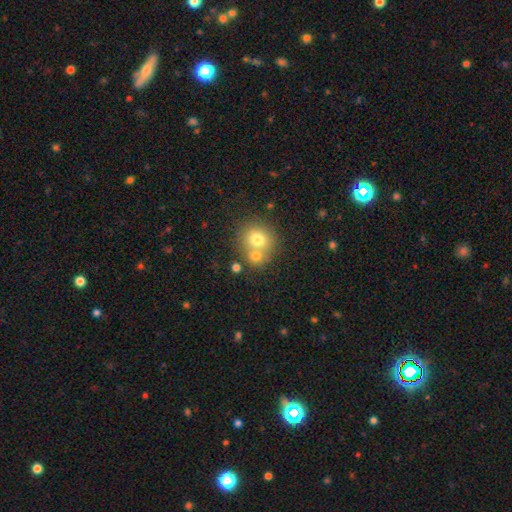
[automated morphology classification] Smooth or featured? Predicted: smooth (p=0.72). How rounded? Predicted: round (p=0.83). Merging? Predicted: merger (p=0.45).